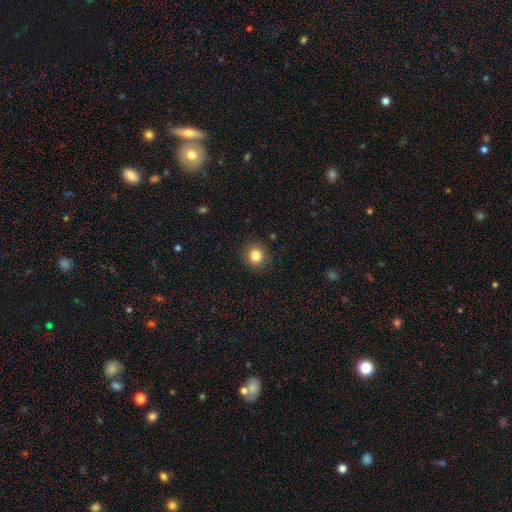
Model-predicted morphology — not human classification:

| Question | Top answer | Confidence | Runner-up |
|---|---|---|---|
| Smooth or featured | smooth | 83% | star or artifact (11%) |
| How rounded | round | 85% | in between (14%) |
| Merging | none | 89% | minor disturbance (7%) |